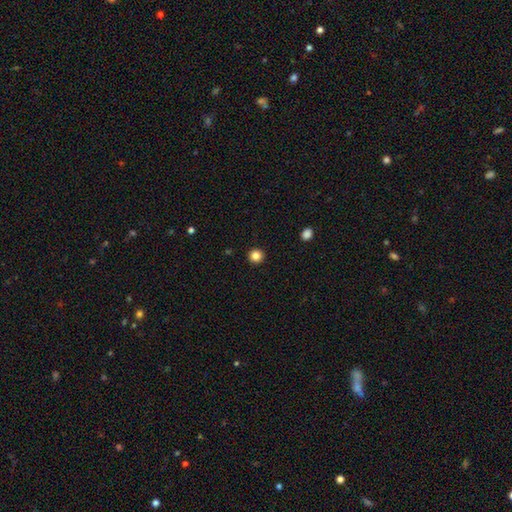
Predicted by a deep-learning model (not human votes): smooth 84%, star or artifact 11%, featured or disk 4%. Down the decision tree: how rounded — round (95%); merging — none (93%).